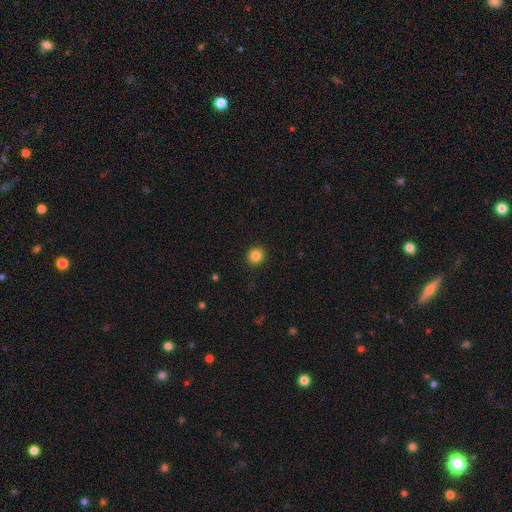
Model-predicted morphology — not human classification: Smooth or featured? Predicted: smooth (p=0.85). How rounded? Predicted: round (p=0.93). Merging? Predicted: none (p=0.92).